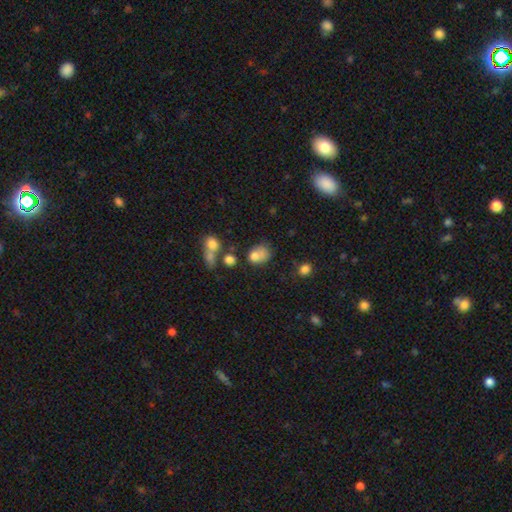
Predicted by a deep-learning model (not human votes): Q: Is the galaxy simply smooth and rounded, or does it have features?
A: smooth — 73%.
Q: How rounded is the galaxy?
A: in between — 56%.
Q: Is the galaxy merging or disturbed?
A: none — 33%.